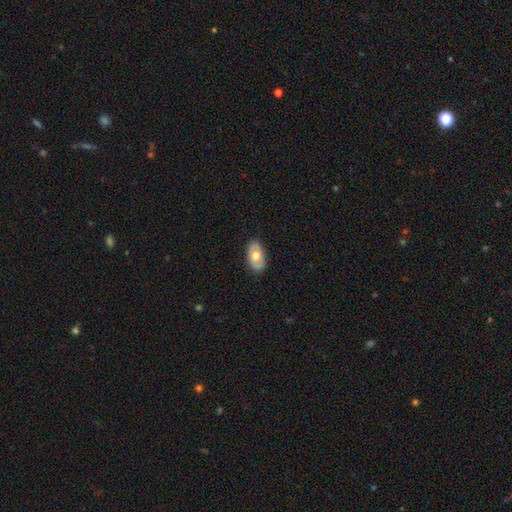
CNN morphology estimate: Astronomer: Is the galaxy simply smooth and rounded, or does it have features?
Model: smooth — 60%.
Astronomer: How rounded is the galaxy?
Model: in between — 92%.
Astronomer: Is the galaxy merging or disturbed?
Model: none — 84%.